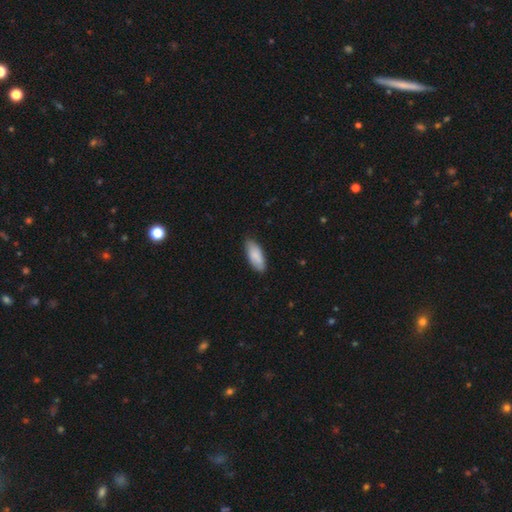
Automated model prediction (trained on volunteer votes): A smooth galaxy with no disk features (85%) that is in between round and cigar-shaped (80%).

Vote fractions:
- Smooth or featured? smooth: 85% / featured or disk: 10% / star or artifact: 5%
- How rounded? in between: 80% / cigar-shaped: 18% / round: 2%
- Merging? none: 80% / minor disturbance: 16% / major disturbance: 2% / merger: 1%